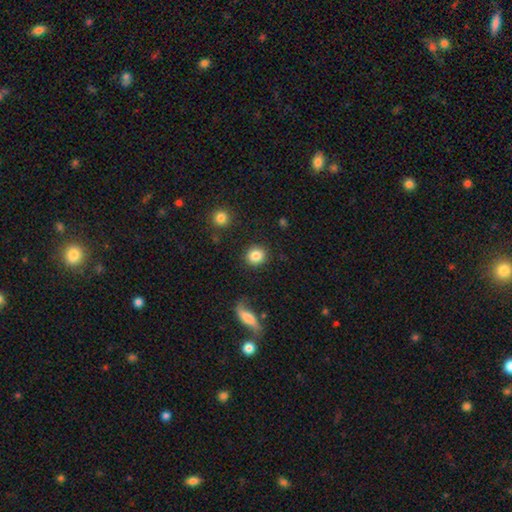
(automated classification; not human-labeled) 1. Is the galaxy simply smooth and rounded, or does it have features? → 85% smooth, 8% star or artifact, 6% featured or disk.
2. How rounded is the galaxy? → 85% round, 14% in between, 1% cigar-shaped.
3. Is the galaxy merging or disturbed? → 89% none, 6% minor disturbance, 3% major disturbance, 2% merger.